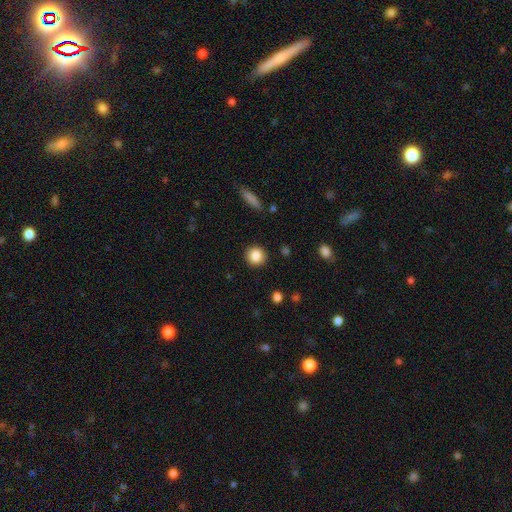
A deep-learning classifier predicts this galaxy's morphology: smooth-or-featured: smooth: 86% | star or artifact: 9% | featured or disk: 5%
  how-rounded: round: 91% | in between: 8% | cigar-shaped: 1%
  merging: none: 90% | minor disturbance: 6% | major disturbance: 2% | merger: 1%